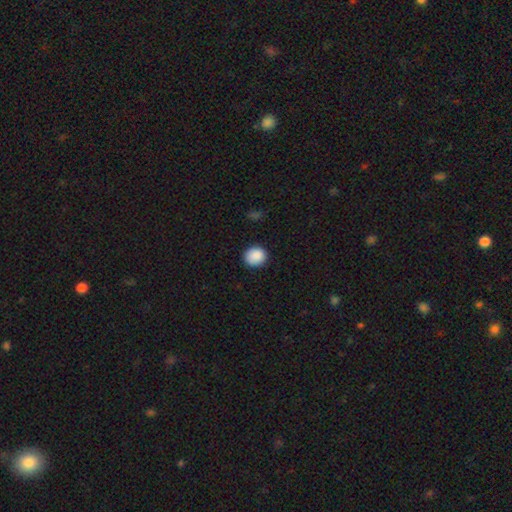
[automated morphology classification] Smooth or featured? Predicted: smooth (p=0.89). How rounded? Predicted: round (p=0.80). Merging? Predicted: none (p=0.88).